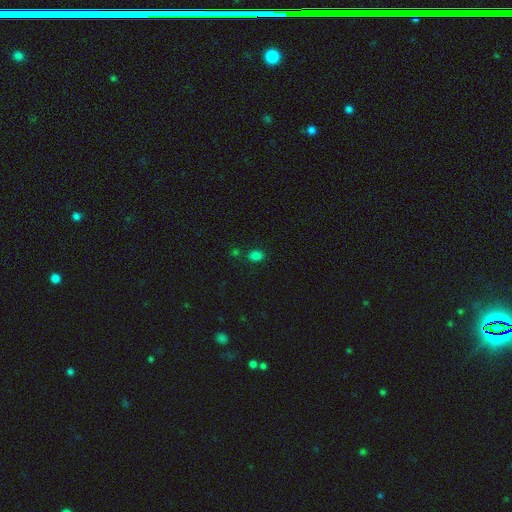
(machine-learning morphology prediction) Smooth or featured: smooth — 78% (star or artifact — 18%)
How rounded: in between — 73% (round — 26%)
Merging: none — 79% (minor disturbance — 11%)